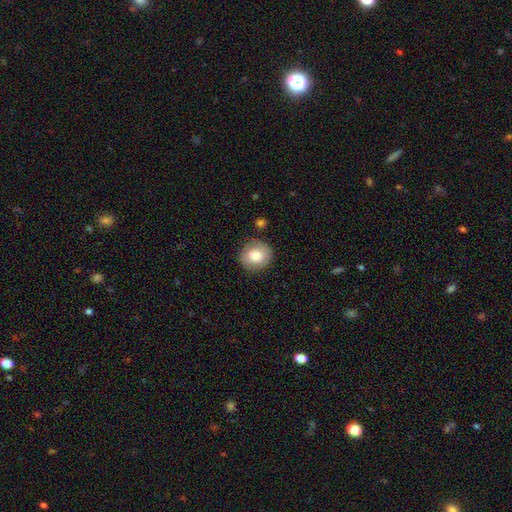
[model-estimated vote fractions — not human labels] A smooth galaxy with no disk features (80%) that is round (83%). Merging: none (84%).